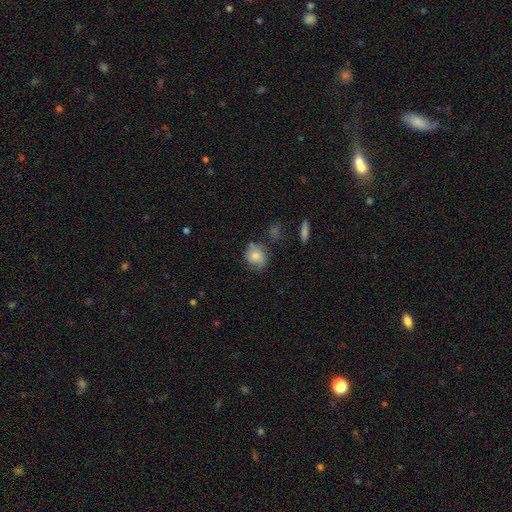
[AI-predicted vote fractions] A smooth galaxy with no disk features (70%) that is round (68%). Merging: none (63%).